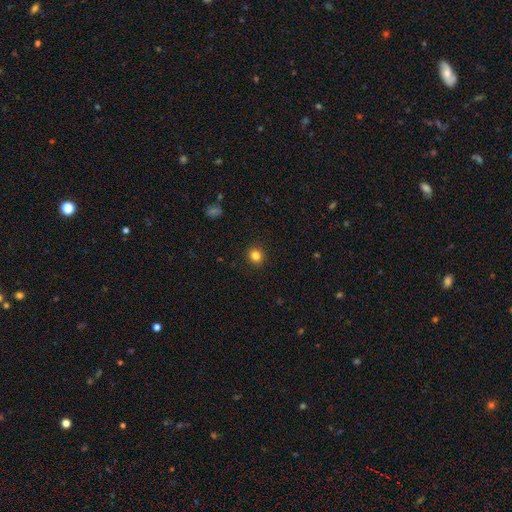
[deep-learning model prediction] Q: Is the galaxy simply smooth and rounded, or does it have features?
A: smooth — 84%.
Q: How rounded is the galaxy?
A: round — 82%.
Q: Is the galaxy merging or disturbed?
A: none — 91%.